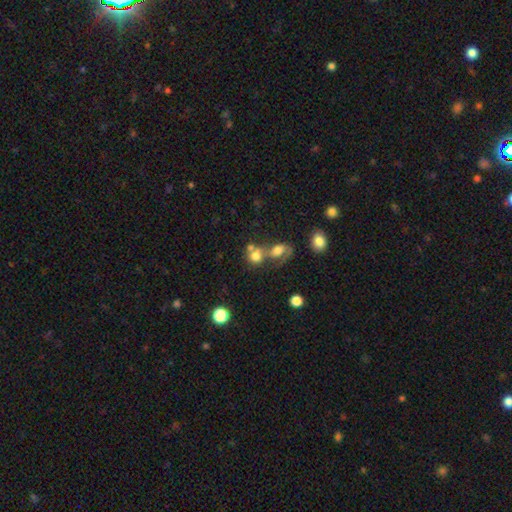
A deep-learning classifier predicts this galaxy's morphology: Overall: smooth (68%). How rounded: round (70%). Merging: merger (55%; none 27%).